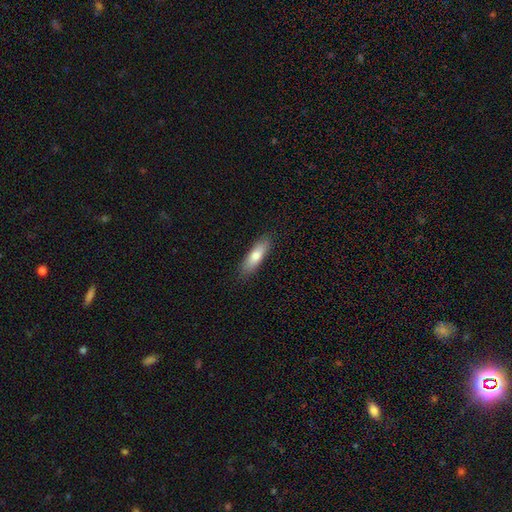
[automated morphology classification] This is likely a smooth galaxy (76%). How rounded: possibly cigar-shaped (56%). Merging: clearly none (87%).